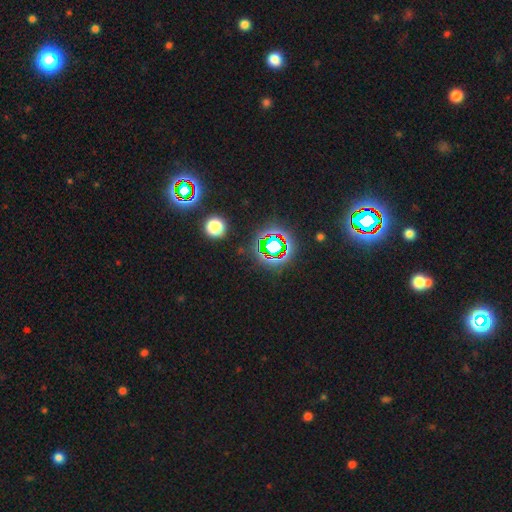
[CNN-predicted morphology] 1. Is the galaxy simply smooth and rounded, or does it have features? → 76% star or artifact, 15% smooth, 9% featured or disk.